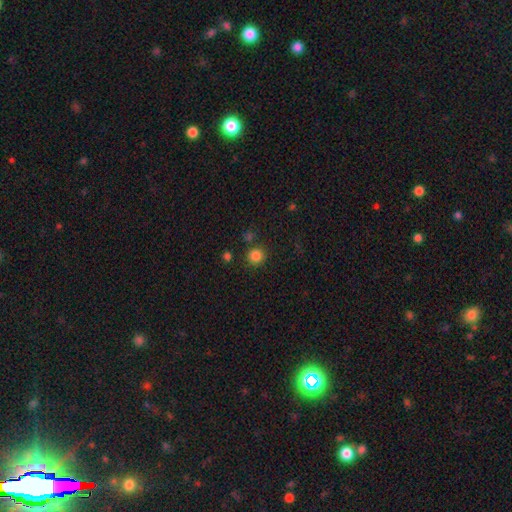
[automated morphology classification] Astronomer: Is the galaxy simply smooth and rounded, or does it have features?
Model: smooth — 84%.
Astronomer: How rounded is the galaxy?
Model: round — 93%.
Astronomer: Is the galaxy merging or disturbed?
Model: none — 84%.